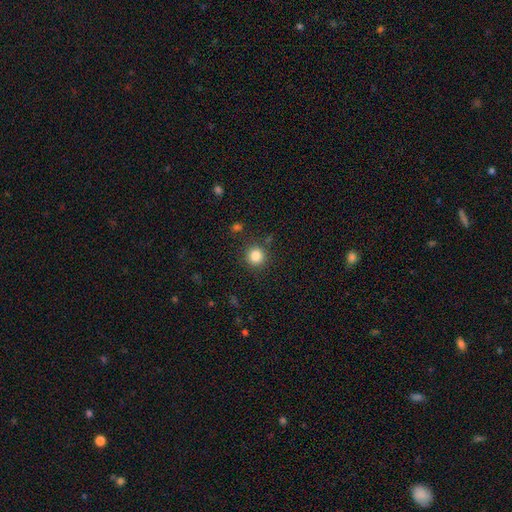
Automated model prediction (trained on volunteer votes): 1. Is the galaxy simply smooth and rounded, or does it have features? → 84% smooth, 11% star or artifact, 5% featured or disk.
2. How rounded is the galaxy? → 92% round, 7% in between, 1% cigar-shaped.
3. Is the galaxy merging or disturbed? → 87% none, 8% minor disturbance, 3% major disturbance, 2% merger.